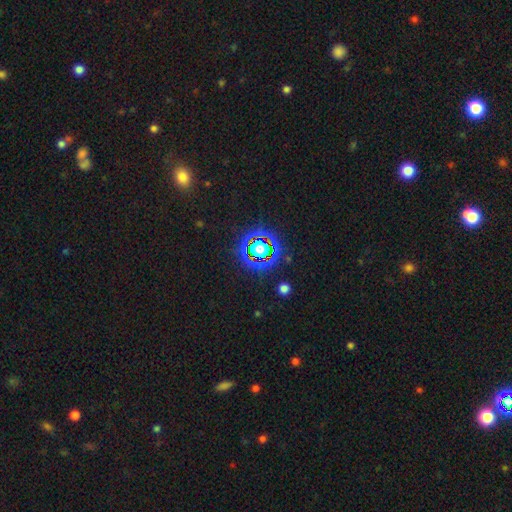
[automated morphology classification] Overall: star or artifact (78%).